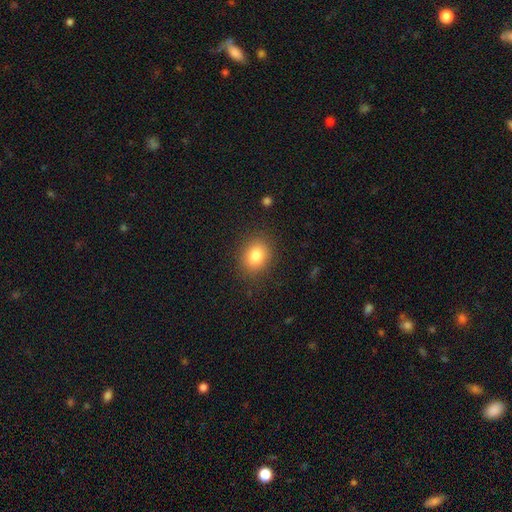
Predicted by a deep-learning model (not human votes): Q: Smooth or featured?
A: smooth (82%); runner-up: star or artifact (10%)
Q: How rounded?
A: round (51%); runner-up: in between (48%)
Q: Merging?
A: none (86%); runner-up: minor disturbance (10%)